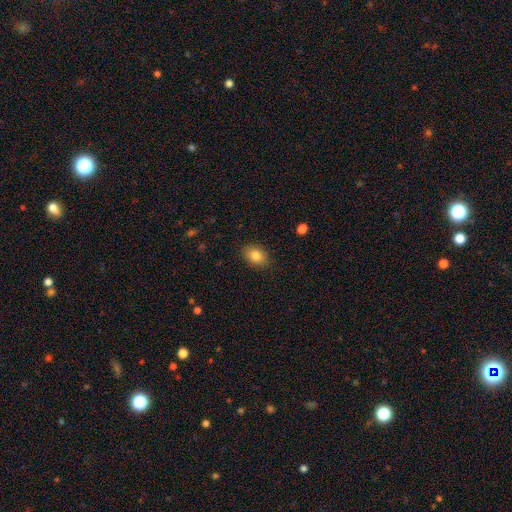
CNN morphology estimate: smooth_or_featured: smooth (p=0.83) [alt: star or artifact p=0.09]
how_rounded: in between (p=0.75) [alt: round p=0.24]
merging: none (p=0.87) [alt: minor disturbance p=0.10]